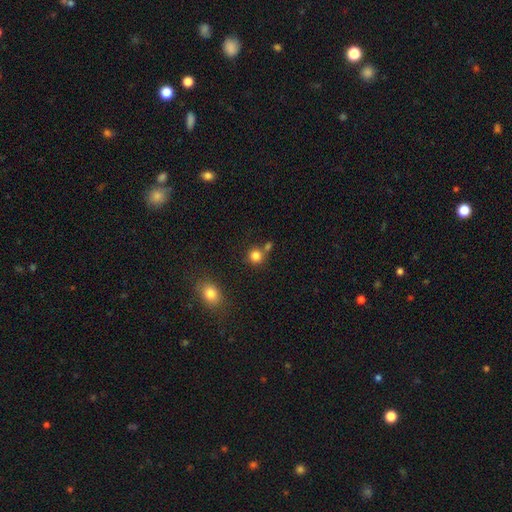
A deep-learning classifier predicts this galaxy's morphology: type=smooth (82%); roundness=round (91%); merging=none (69%).